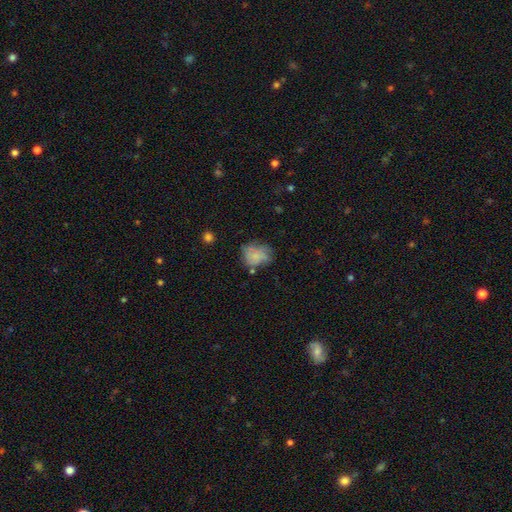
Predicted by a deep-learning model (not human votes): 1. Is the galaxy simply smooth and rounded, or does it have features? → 60% smooth, 27% featured or disk, 12% star or artifact.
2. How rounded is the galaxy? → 50% round, 49% in between, 1% cigar-shaped.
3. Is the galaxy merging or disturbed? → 48% none, 28% minor disturbance, 17% major disturbance, 7% merger.